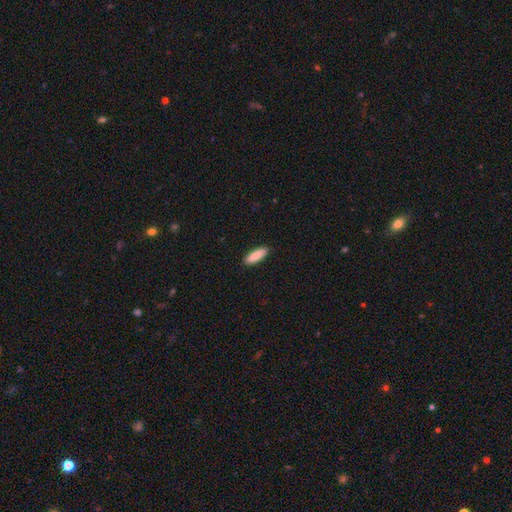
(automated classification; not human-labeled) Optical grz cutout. It shows a smooth galaxy with no disk features (89%) that is in between round and cigar-shaped (55%). Merging: none (90%).